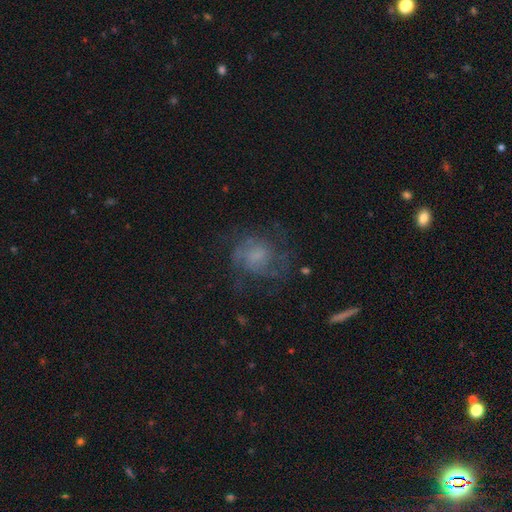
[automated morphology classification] Smooth or featured: featured or disk — 62% (smooth — 26%)
Edge-on disk: no — 97% (yes — 3%)
Bar: no — 69% (weak — 27%)
Spiral arms: yes — 82% (no — 18%)
Bulge size: none — 38% (moderate — 24%)
Merging: none — 61% (major disturbance — 20%)